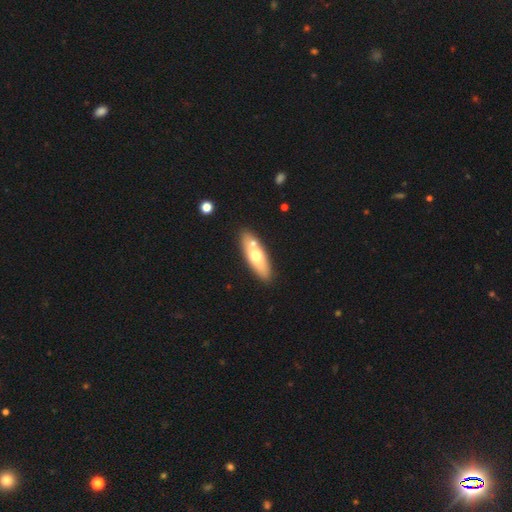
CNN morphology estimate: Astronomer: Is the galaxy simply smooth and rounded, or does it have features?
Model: smooth — 58% (runner-up: featured or disk, 36%).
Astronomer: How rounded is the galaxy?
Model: in between — 56% (runner-up: cigar-shaped, 41%).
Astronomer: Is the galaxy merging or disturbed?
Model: none — 76%.